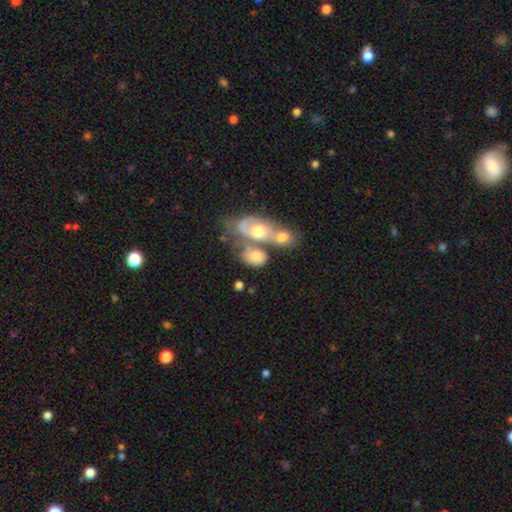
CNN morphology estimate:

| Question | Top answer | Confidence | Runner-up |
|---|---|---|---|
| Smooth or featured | smooth | 53% | featured or disk (38%) |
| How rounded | in between | 72% | round (25%) |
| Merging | merger | 58% | none (22%) |